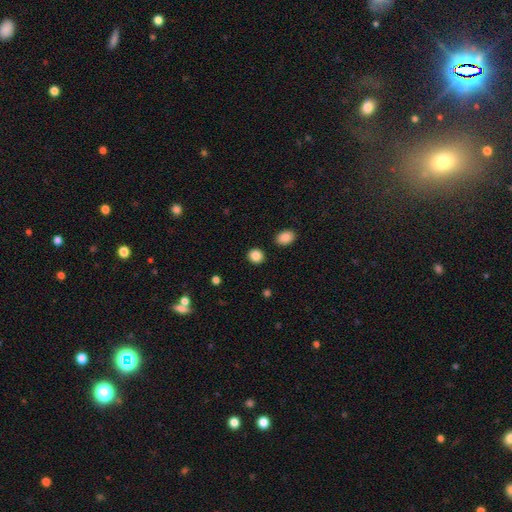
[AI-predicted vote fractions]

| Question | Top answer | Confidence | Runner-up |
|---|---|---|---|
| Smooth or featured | smooth | 86% | star or artifact (10%) |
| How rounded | round | 83% | in between (16%) |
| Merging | none | 89% | minor disturbance (6%) |